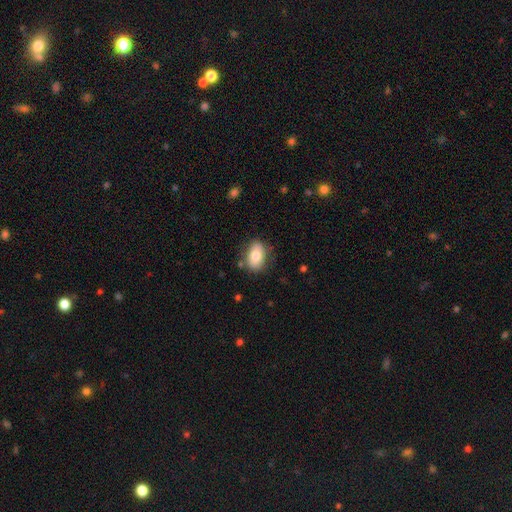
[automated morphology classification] Smooth or featured: smooth — 77% (featured or disk — 16%)
How rounded: in between — 86% (round — 13%)
Merging: none — 79% (minor disturbance — 15%)